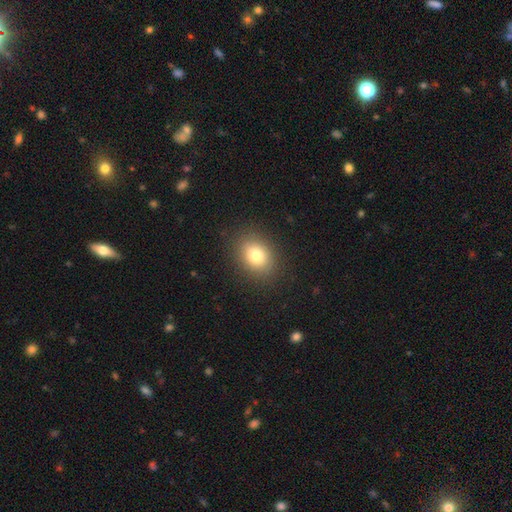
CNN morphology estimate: The model was most divided on "how rounded": in between: 51%, round: 48%, cigar-shaped: 1%. More confident: merging — none (87%); smooth or featured — smooth (77%).